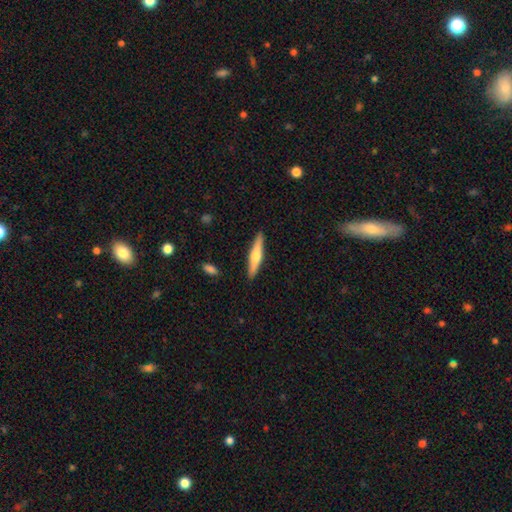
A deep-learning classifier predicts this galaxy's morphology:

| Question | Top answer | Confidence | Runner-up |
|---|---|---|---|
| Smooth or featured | featured or disk | 48% | smooth (47%) |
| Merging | none | 90% | minor disturbance (7%) |